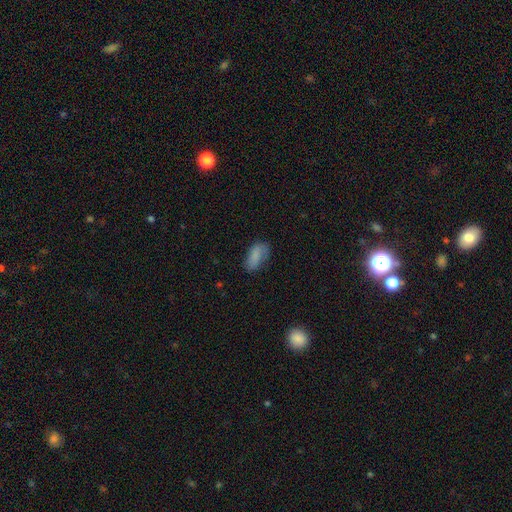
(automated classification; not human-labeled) Q: Smooth or featured?
A: smooth (80%); runner-up: featured or disk (12%)
Q: How rounded?
A: in between (91%); runner-up: cigar-shaped (5%)
Q: Merging?
A: none (62%); runner-up: minor disturbance (27%)